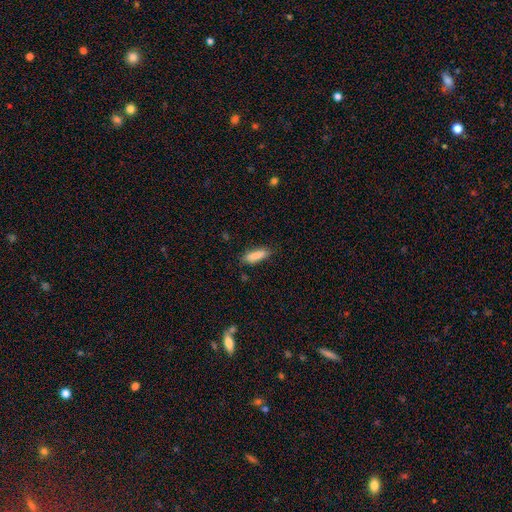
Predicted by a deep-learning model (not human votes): This is clearly a smooth galaxy (87%). How rounded: possibly in between (52%). Merging: clearly none (81%).